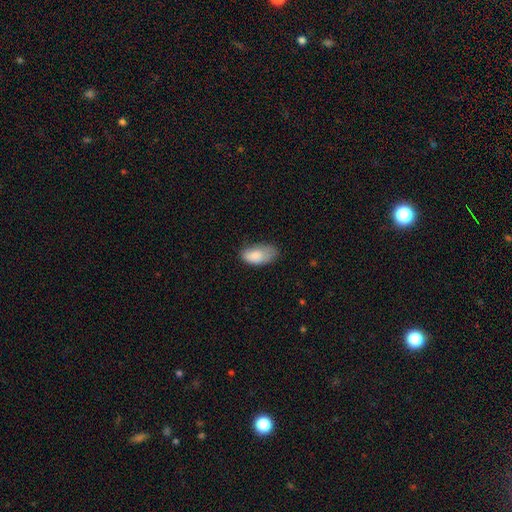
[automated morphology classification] A smooth galaxy with no disk features (83%) that is in between round and cigar-shaped (94%). Merging: none (44%).